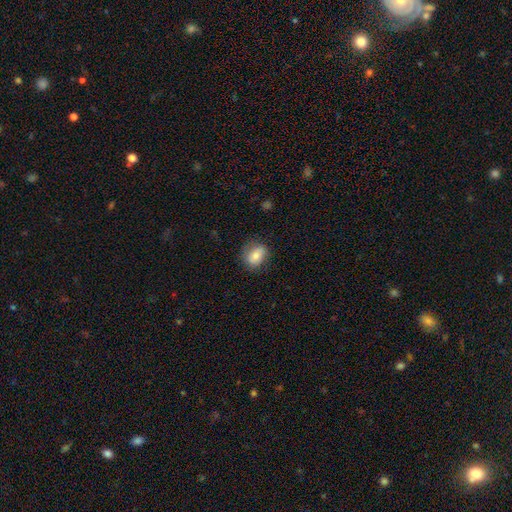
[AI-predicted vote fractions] Smooth or featured?
  - smooth: 80% *
  - featured or disk: 12%
  - star or artifact: 8%
How rounded?
  - in between: 57% *
  - round: 42%
  - cigar-shaped: 1%
Merging?
  - none: 76% *
  - minor disturbance: 18%
  - major disturbance: 5%
  - merger: 1%